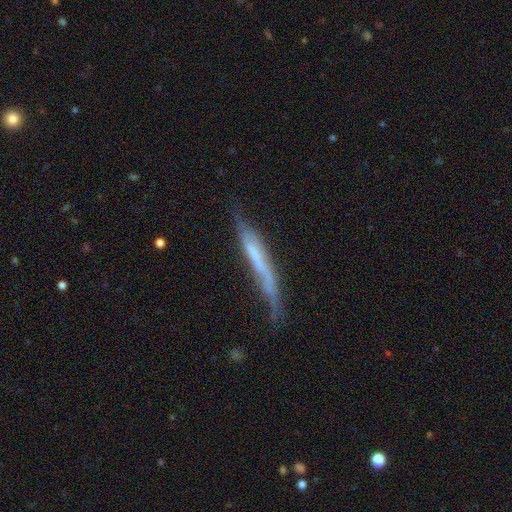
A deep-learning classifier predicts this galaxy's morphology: This appears to be a featured or disk galaxy (54%) viewed edge-on (76%). Merging: none (41%).